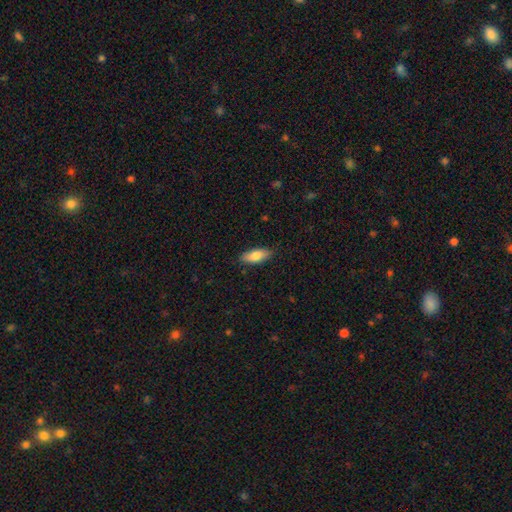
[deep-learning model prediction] The model was most divided on "how rounded": in between: 78%, cigar-shaped: 20%, round: 2%. More confident: merging — none (87%); smooth or featured — smooth (81%).